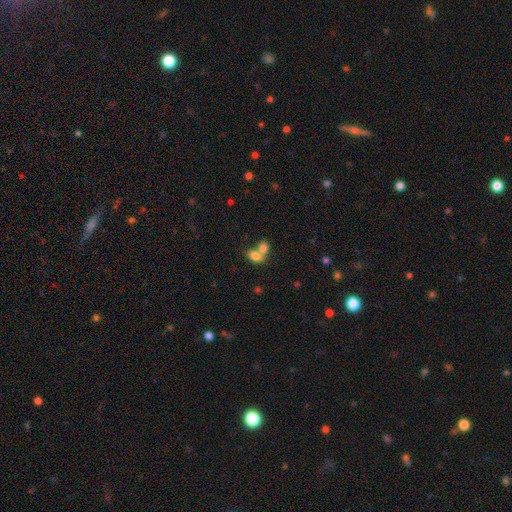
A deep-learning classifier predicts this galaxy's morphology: A smooth galaxy with no disk features (79%) that is in between round and cigar-shaped (81%).

Vote fractions:
- Smooth or featured? smooth: 79% / featured or disk: 12% / star or artifact: 10%
- How rounded? in between: 81% / round: 17% / cigar-shaped: 2%
- Merging? merger: 62% / none: 27% / minor disturbance: 7% / major disturbance: 4%